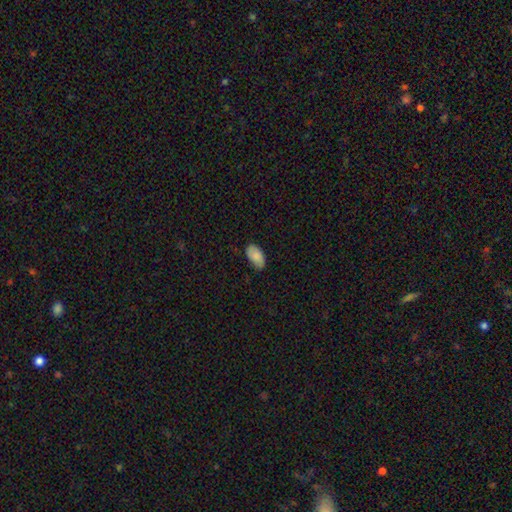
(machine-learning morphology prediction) Q: Smooth or featured?
A: smooth (82%); runner-up: featured or disk (12%)
Q: How rounded?
A: in between (95%); runner-up: round (4%)
Q: Merging?
A: none (76%); runner-up: minor disturbance (19%)